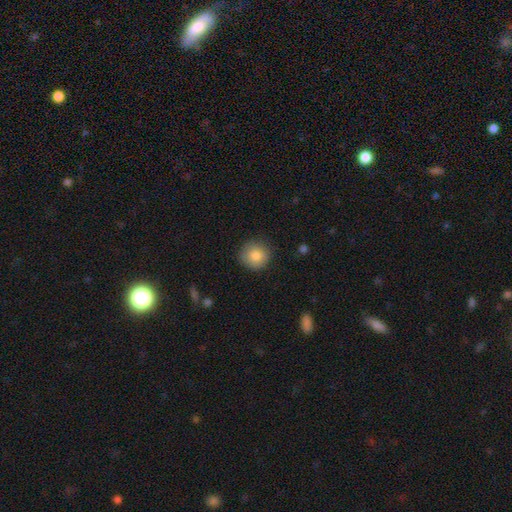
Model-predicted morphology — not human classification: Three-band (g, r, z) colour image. It shows a smooth galaxy with no disk features (83%) that is round (93%). Merging: none (87%).